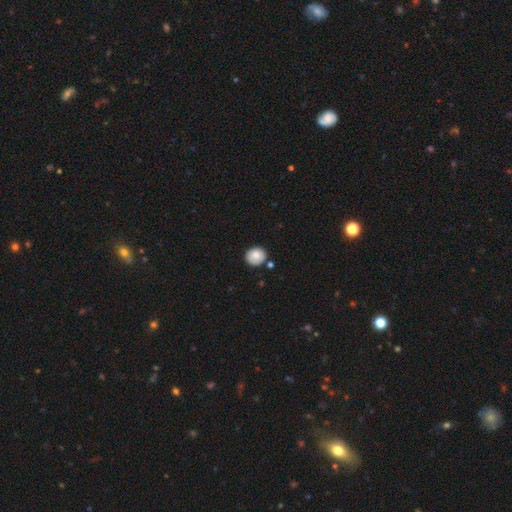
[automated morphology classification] type=smooth (85%); roundness=round (82%); merging=none (81%).